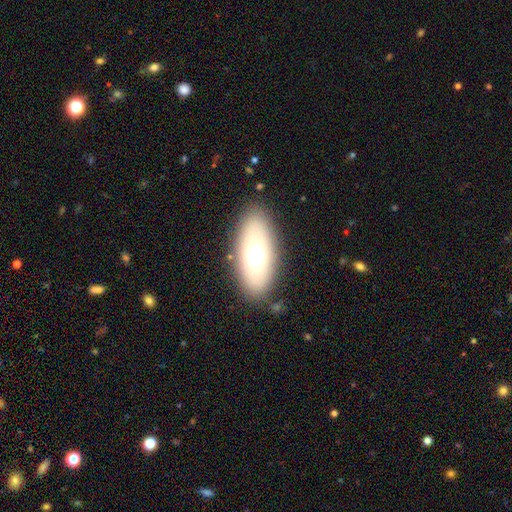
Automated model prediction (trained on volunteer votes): smooth 60%, featured or disk 28%, star or artifact 12%. Down the decision tree: how rounded — in between (85%); merging — none (84%).